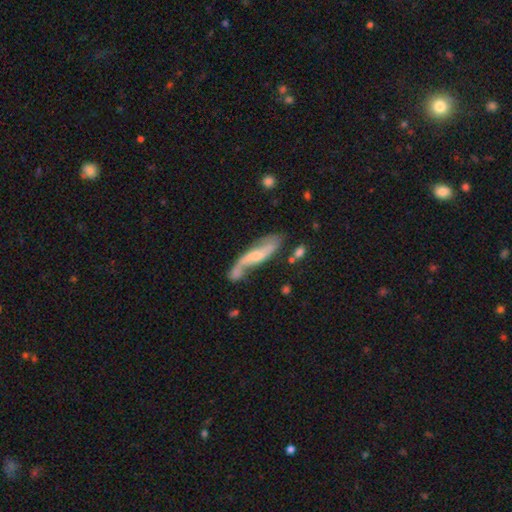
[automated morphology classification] This is likely a featured or disk galaxy (69%). It is likely not viewed edge-on (76%). Bar: possibly no (47%). Spiral arm pattern: clearly yes (88%). Central bulge: possibly small (49%). Merging: possibly none (46%).